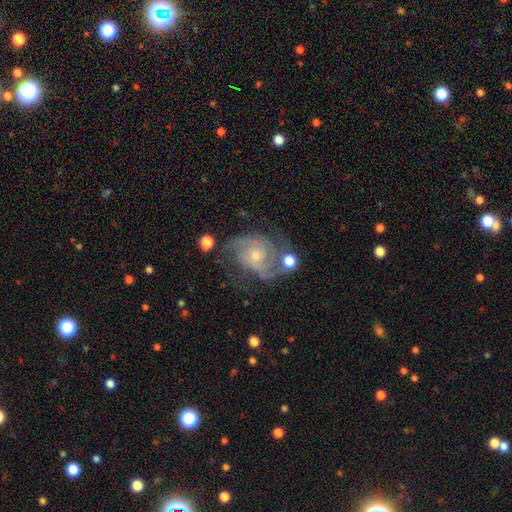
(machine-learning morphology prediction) The model was most divided on "spiral winding": tight: 48%, medium: 43%, loose: 9%. More confident: edge-on disk — no (98%); spiral arms — yes (98%); smooth or featured — featured or disk (90%); bar — no (72%); bulge size — small (70%); merging — none (63%); spiral arm count — 2 (57%).